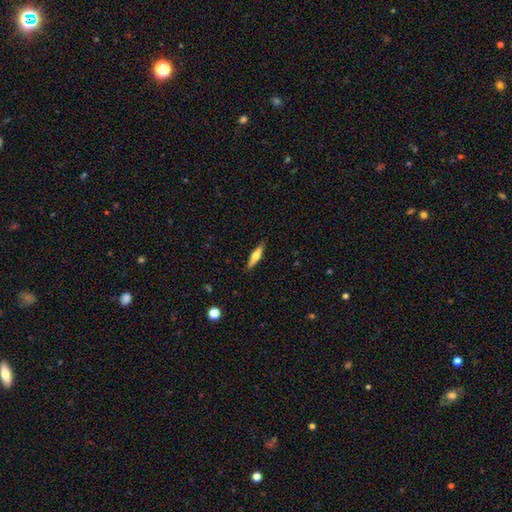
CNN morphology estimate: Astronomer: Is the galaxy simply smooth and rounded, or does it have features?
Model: smooth — 47%, tied with featured or disk at 47%.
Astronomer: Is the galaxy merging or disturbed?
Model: none — 89%.